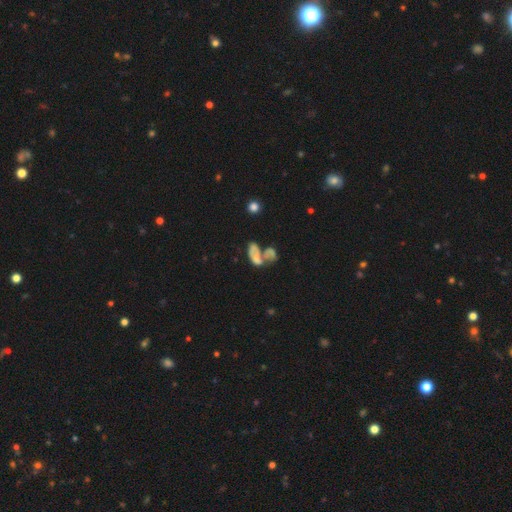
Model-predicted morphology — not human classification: Smooth or featured? Predicted: smooth (p=0.47). Merging? Predicted: merger (p=0.61).